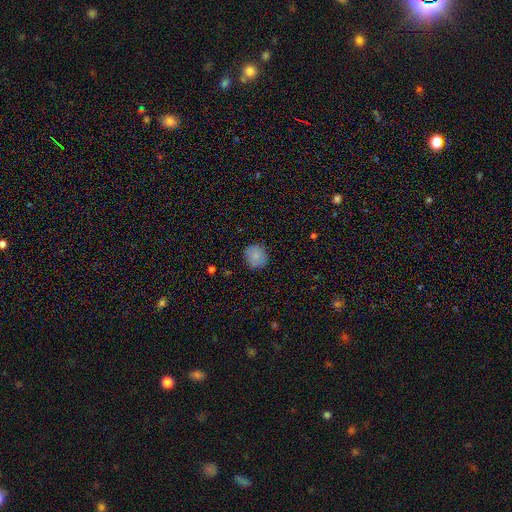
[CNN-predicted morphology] This appears to be a smooth galaxy with no disk features (85%) that is round (83%). Merging: none (84%).